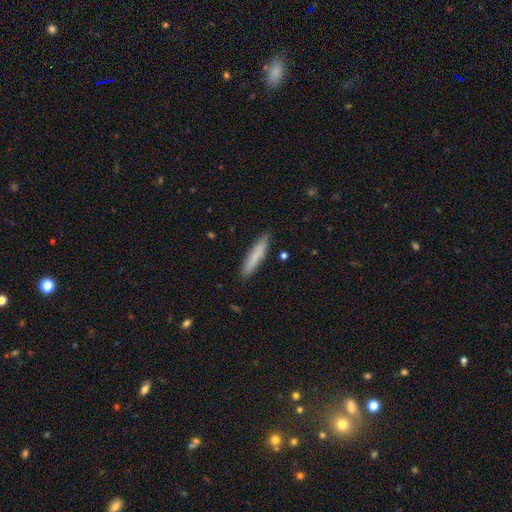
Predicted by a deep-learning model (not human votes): Overall: smooth (80%). How rounded: cigar-shaped (90%). Merging: none (88%).